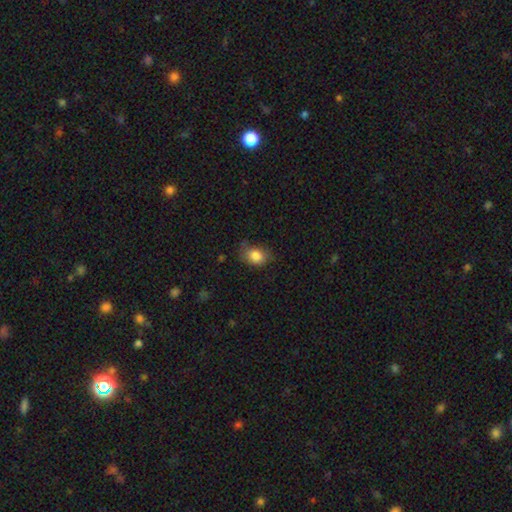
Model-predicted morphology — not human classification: A smooth galaxy with no disk features (83%) that is in between round and cigar-shaped (71%).

Vote fractions:
- Smooth or featured? smooth: 83% / featured or disk: 9% / star or artifact: 8%
- How rounded? in between: 71% / round: 28% / cigar-shaped: 1%
- Merging? none: 65% / minor disturbance: 26% / major disturbance: 7% / merger: 2%